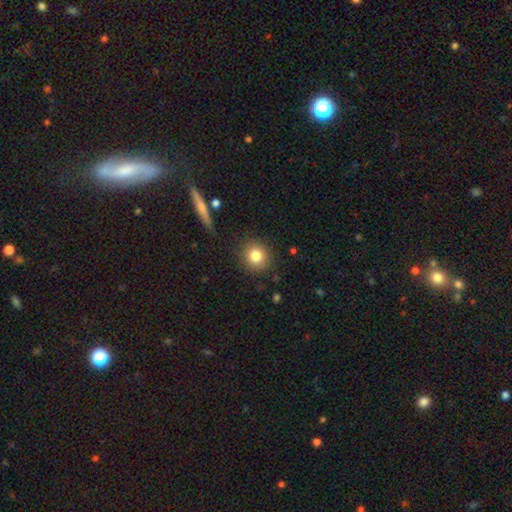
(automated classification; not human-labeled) smooth-or-featured: smooth: 82% | star or artifact: 10% | featured or disk: 8%
  how-rounded: round: 90% | in between: 9% | cigar-shaped: 1%
  merging: none: 88% | minor disturbance: 8% | major disturbance: 3% | merger: 1%